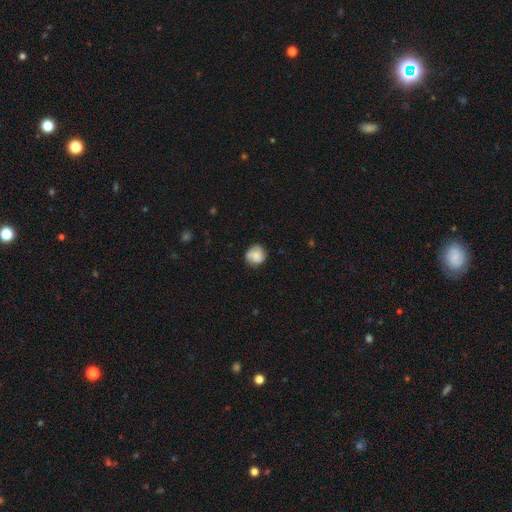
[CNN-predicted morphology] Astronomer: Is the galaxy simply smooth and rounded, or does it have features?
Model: smooth — 65%.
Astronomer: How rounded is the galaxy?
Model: round — 84%.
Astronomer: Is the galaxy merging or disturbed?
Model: none — 73%.